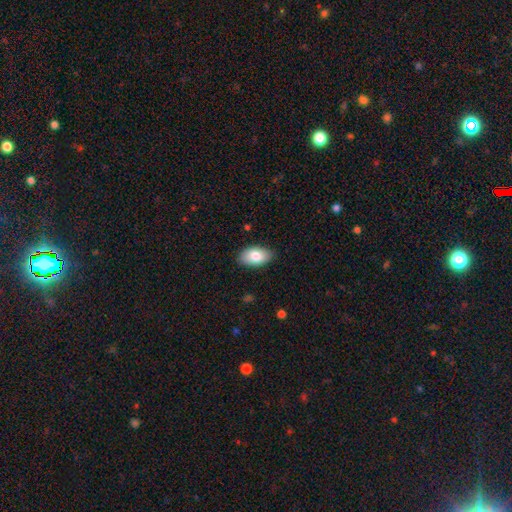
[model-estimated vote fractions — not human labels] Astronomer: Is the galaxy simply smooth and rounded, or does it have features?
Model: smooth — 81%.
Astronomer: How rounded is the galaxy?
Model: in between — 94%.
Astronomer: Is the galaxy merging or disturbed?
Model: none — 86%.